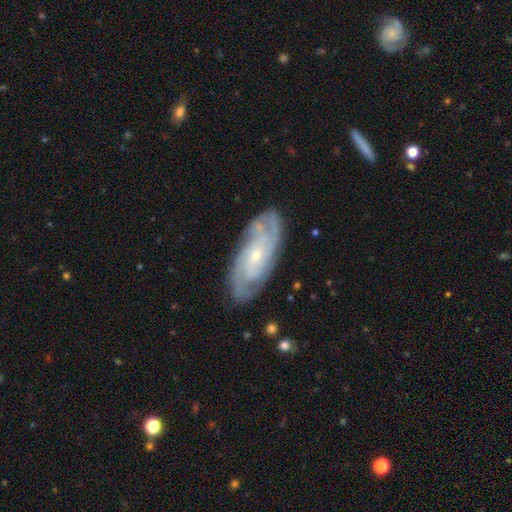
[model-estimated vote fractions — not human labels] Morphology: type=featured or disk (85%); edge-on=no (92%); bar=no (67%); spiral arms=yes (97%); winding=tight (69%); arm count=can't tell (26%); bulge=small (66%); merging=none (82%).